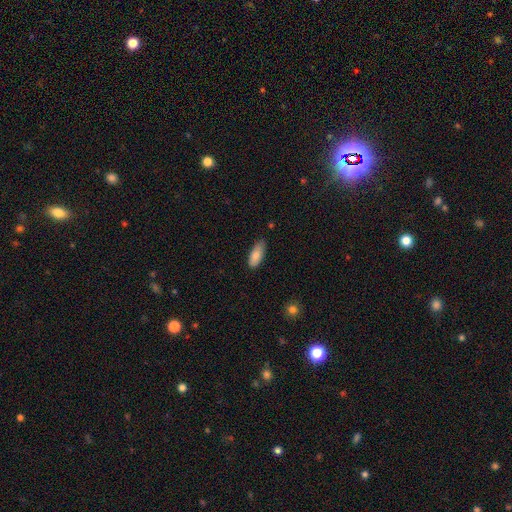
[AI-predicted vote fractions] smooth 85%, featured or disk 8%, star or artifact 6%. Down the decision tree: how rounded — in between (78%); merging — none (73%).